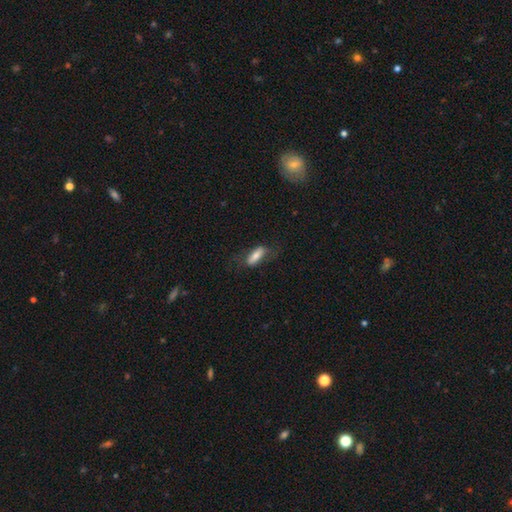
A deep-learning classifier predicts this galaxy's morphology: Q: Smooth or featured?
A: smooth (69%); runner-up: featured or disk (24%)
Q: How rounded?
A: in between (56%); runner-up: cigar-shaped (41%)
Q: Merging?
A: none (63%); runner-up: minor disturbance (22%)